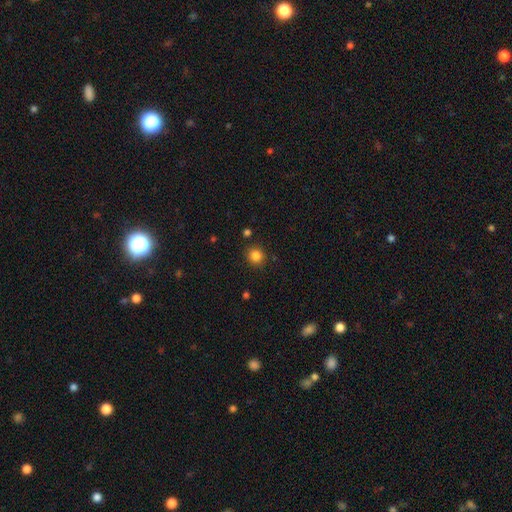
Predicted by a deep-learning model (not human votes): Q: Smooth or featured?
A: smooth (84%); runner-up: star or artifact (12%)
Q: How rounded?
A: round (85%); runner-up: in between (14%)
Q: Merging?
A: none (88%); runner-up: minor disturbance (7%)